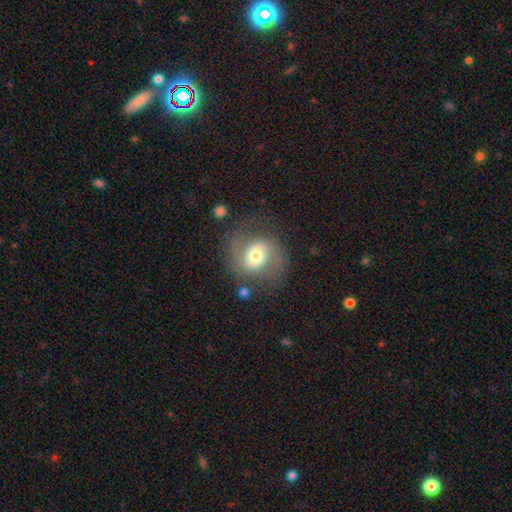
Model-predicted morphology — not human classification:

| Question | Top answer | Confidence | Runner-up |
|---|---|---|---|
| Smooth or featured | featured or disk | 65% | smooth (27%) |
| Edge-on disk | no | 97% | yes (3%) |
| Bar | no | 56% | weak (33%) |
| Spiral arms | yes | 85% | no (15%) |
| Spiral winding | medium | 50% | loose (27%) |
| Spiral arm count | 2 | 85% | can't tell (7%) |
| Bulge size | moderate | 61% | small (19%) |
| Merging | none | 65% | minor disturbance (18%) |